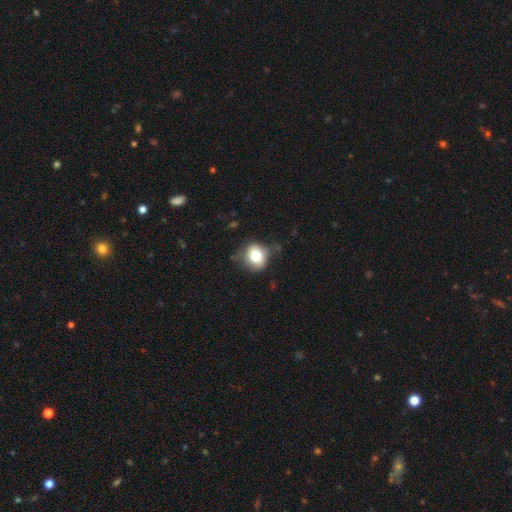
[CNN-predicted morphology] type=smooth (74%); roundness=round (72%); merging=none (68%).